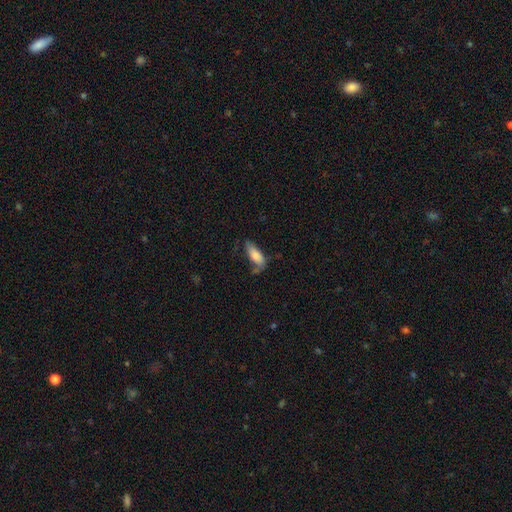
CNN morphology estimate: Overall: smooth (75%). How rounded: in between (76%). Merging: none (44%; minor disturbance 30%).